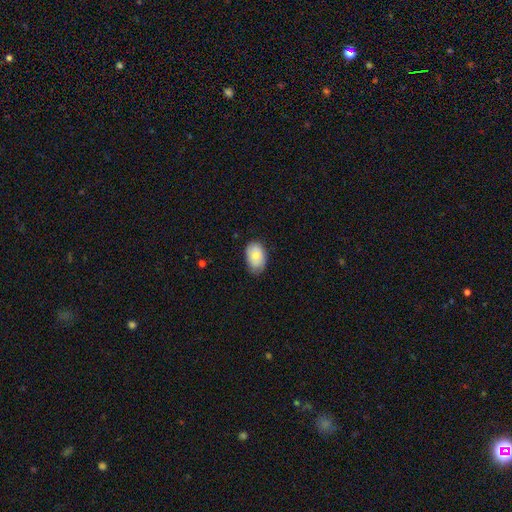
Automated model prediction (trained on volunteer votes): The model was most divided on "merging": none: 74%, minor disturbance: 22%, major disturbance: 3%, merger: 1%. More confident: how rounded — in between (88%); smooth or featured — smooth (81%).